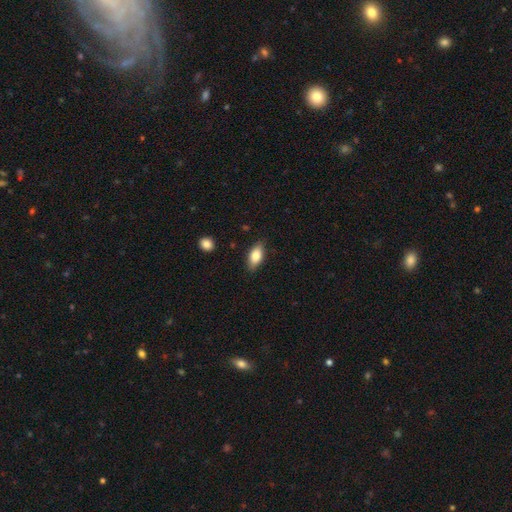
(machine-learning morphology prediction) smooth_or_featured: smooth (p=0.82) [alt: featured or disk p=0.11]
how_rounded: in between (p=0.88) [alt: cigar-shaped p=0.08]
merging: none (p=0.84) [alt: minor disturbance p=0.12]